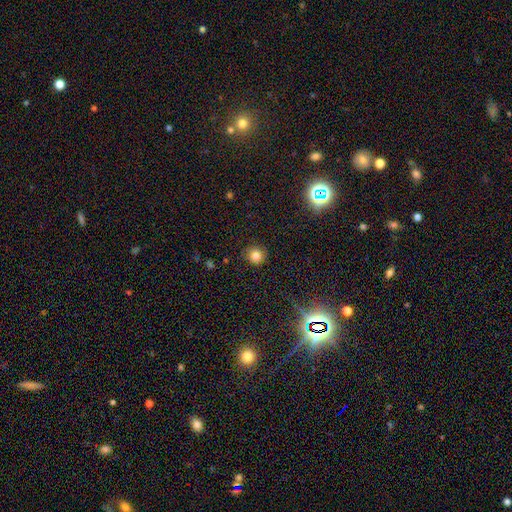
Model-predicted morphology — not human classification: smooth-or-featured: smooth: 78% | star or artifact: 14% | featured or disk: 7%
  how-rounded: round: 93% | in between: 6% | cigar-shaped: 1%
  merging: none: 87% | minor disturbance: 9% | major disturbance: 3% | merger: 1%